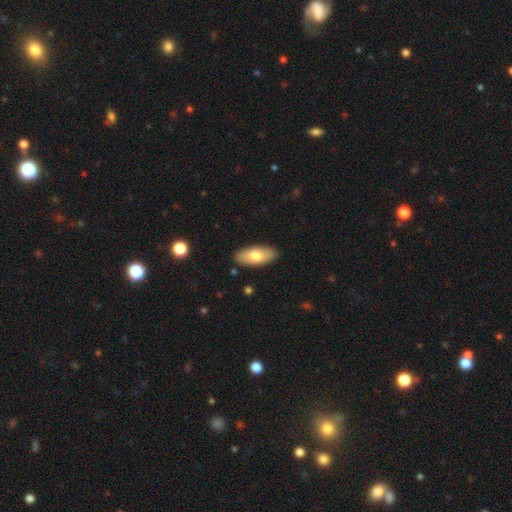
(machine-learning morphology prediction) smooth-or-featured: smooth: 73% | featured or disk: 21% | star or artifact: 6%
  how-rounded: in between: 86% | cigar-shaped: 11% | round: 2%
  merging: none: 89% | minor disturbance: 8% | major disturbance: 2% | merger: 1%